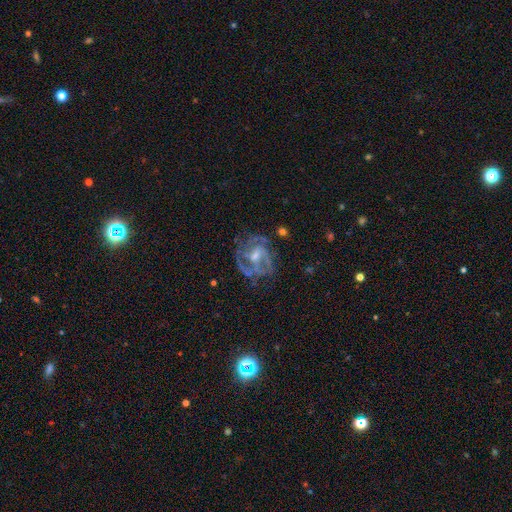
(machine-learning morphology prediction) A featured or disk galaxy (83%) with a weak bar (48%), 2 (34%) medium (45%) spiral arms (91%) and a moderate central bulge (48%).

Vote fractions:
- Smooth or featured? featured or disk: 83% / star or artifact: 9% / smooth: 8%
- Edge-on disk? no: 97% / yes: 3%
- Bar? weak: 48% / no: 34% / strong: 18%
- Spiral arms? yes: 91% / no: 9%
- Spiral winding? medium: 45% / tight: 43% / loose: 12%
- Spiral arm count? 2: 34% / 3: 28% / can't tell: 22% / 4: 6% / 1: 5% / more than 4: 4%
- Bulge size? moderate: 48% / small: 42% / none: 6% / large: 3% / dominant: 1%
- Merging? none: 66% / minor disturbance: 19% / major disturbance: 13% / merger: 3%